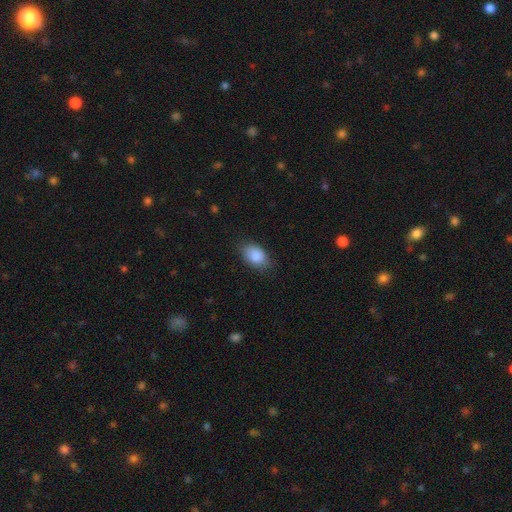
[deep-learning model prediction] Smooth or featured? smooth (88%)
How rounded? in between (87%)
Merging? none (78%)